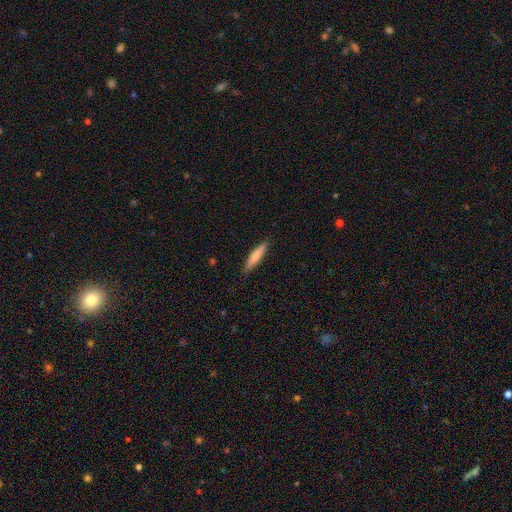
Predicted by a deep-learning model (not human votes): The model was most divided on "smooth or featured": smooth: 74%, featured or disk: 20%, star or artifact: 6%. More confident: how rounded — cigar-shaped (88%); merging — none (88%).